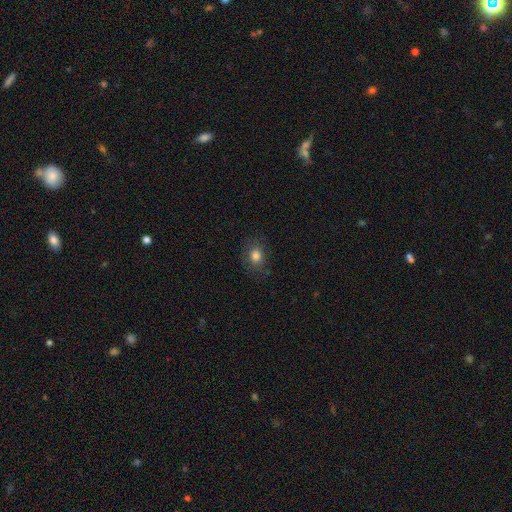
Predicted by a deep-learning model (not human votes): smooth_or_featured: smooth (p=0.80) [alt: star or artifact p=0.11]
how_rounded: round (p=0.51) [alt: in between p=0.48]
merging: none (p=0.80) [alt: minor disturbance p=0.14]